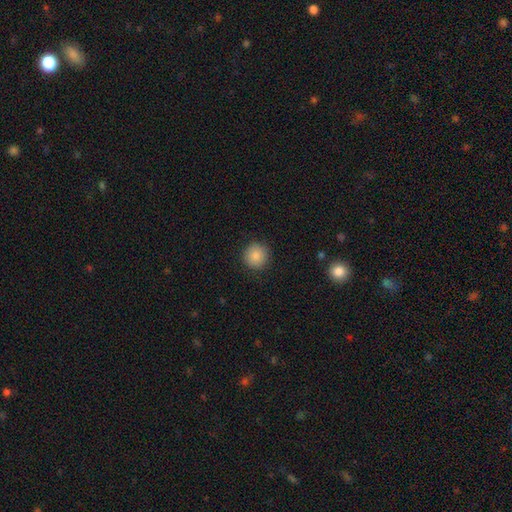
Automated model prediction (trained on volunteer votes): Smooth or featured?
  - smooth: 86% *
  - star or artifact: 9%
  - featured or disk: 5%
How rounded?
  - round: 94% *
  - in between: 5%
  - cigar-shaped: 1%
Merging?
  - none: 89% *
  - minor disturbance: 7%
  - major disturbance: 2%
  - merger: 1%